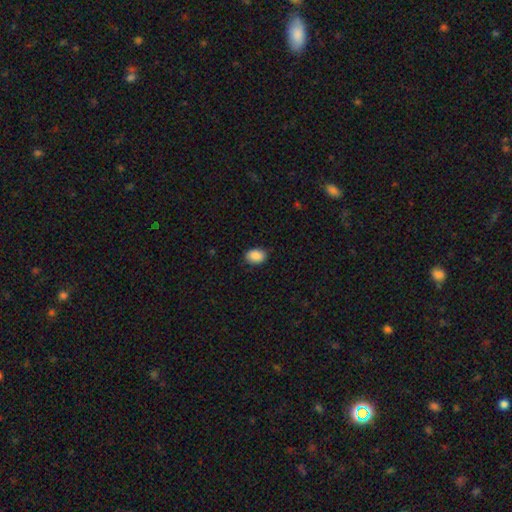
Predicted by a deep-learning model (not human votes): The model was most divided on "how rounded": in between: 80%, round: 19%, cigar-shaped: 1%. More confident: smooth or featured — smooth (89%); merging — none (86%).